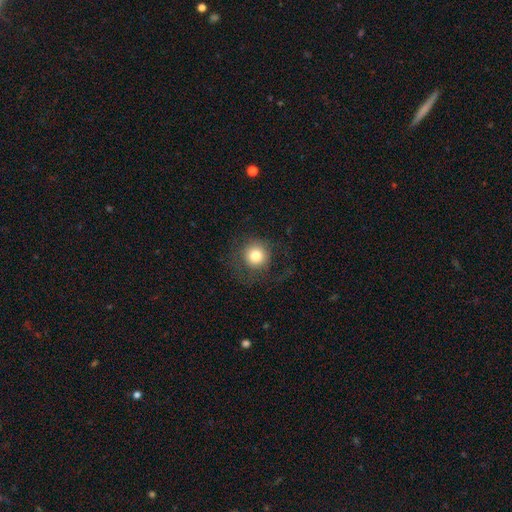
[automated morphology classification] A smooth galaxy with no disk features (77%) that is round (94%). Merging: none (72%).